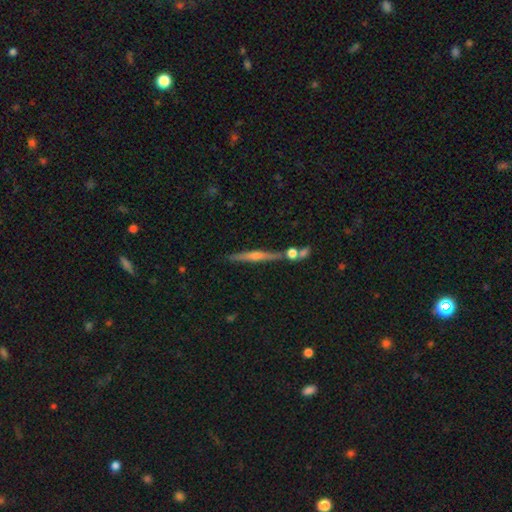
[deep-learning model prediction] A featured or disk galaxy (66%) viewed edge-on (97%) with a rounded central bulge (74%). Merging: none (77%).